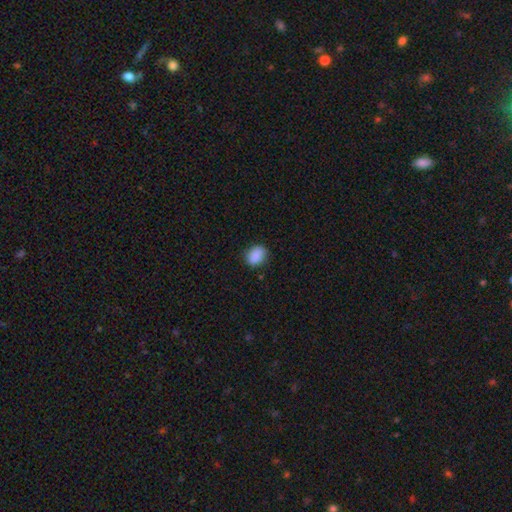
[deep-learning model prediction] The model was most divided on "how rounded": in between: 66%, round: 33%, cigar-shaped: 1%. More confident: smooth or featured — smooth (88%); merging — none (81%).